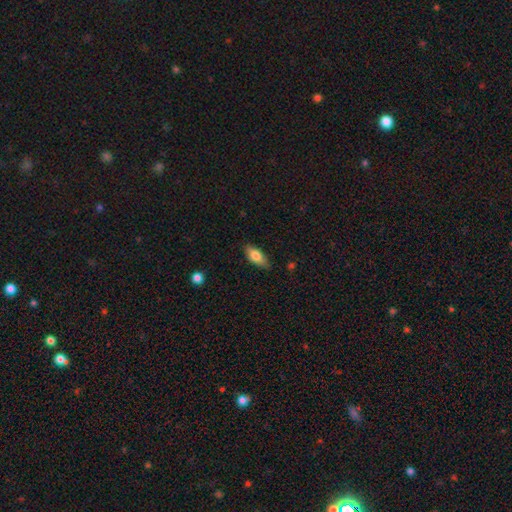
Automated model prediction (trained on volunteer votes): Smooth or featured? Predicted: smooth (p=0.76). How rounded? Predicted: in between (p=0.80). Merging? Predicted: none (p=0.81).